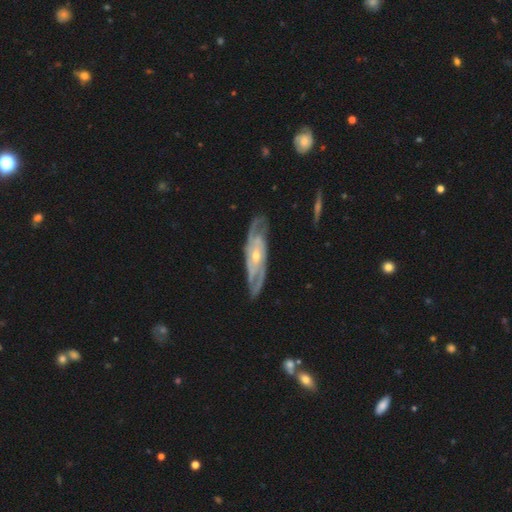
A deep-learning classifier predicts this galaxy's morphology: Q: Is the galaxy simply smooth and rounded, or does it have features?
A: featured or disk — 90%.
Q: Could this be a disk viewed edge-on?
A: no — 87%.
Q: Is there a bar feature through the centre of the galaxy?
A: no — 58%.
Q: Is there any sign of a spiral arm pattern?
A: yes — 97%.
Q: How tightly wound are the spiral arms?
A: tight — 54%.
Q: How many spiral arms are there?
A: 2 — 57%.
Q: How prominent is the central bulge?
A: small — 54%.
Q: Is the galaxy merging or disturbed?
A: none — 81%.